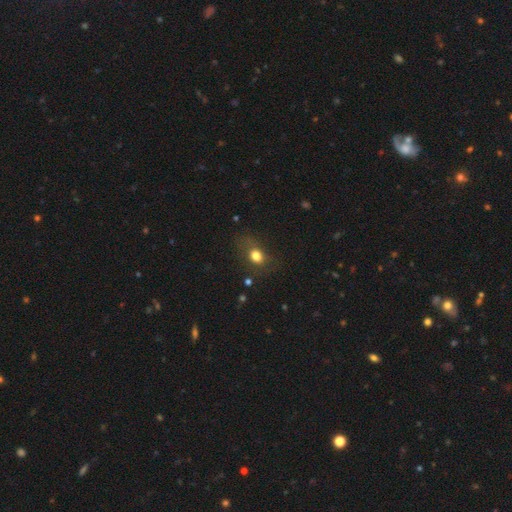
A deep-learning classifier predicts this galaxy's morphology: Smooth or featured: smooth — 75% (star or artifact — 13%)
How rounded: in between — 52% (round — 46%)
Merging: none — 65% (minor disturbance — 20%)